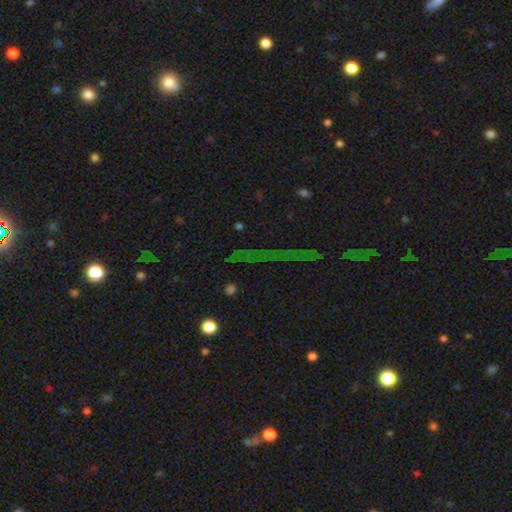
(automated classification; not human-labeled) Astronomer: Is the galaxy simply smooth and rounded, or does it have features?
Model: star or artifact — 67%.